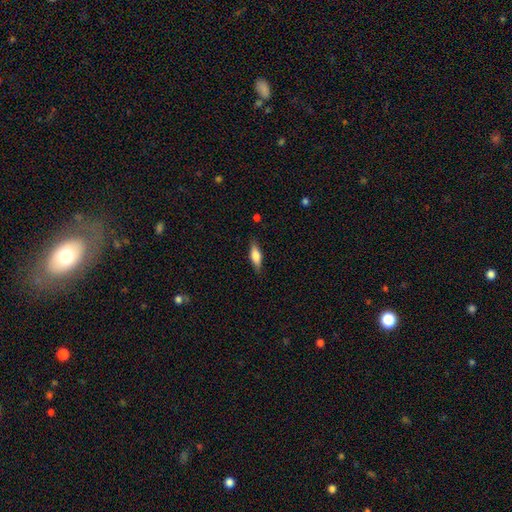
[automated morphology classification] smooth 64%, featured or disk 29%, star or artifact 7%. Down the decision tree: how rounded — in between (57%); merging — none (85%).